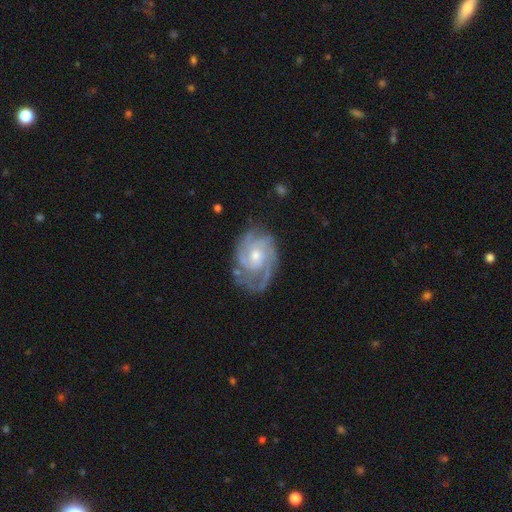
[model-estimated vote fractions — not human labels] This is clearly a featured or disk galaxy (89%). It is clearly not viewed edge-on (98%). Bar: likely no (70%). Spiral arm pattern: clearly yes (97%). Spiral arm count: marginally 3 (36%). Spiral winding: possibly tight (56%). Central bulge: possibly moderate (51%). Merging: likely none (69%).